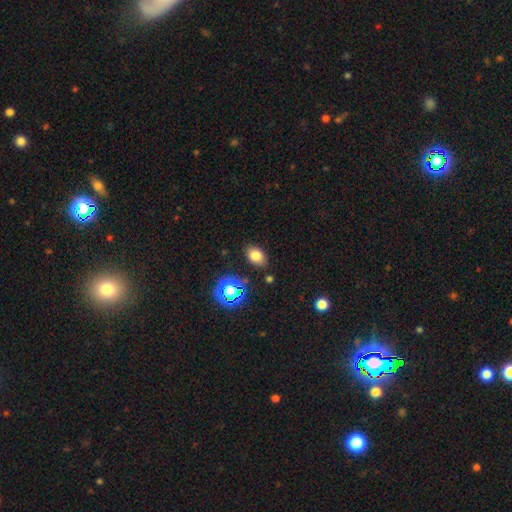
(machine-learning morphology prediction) The model was most divided on "smooth or featured": smooth: 77%, star or artifact: 15%, featured or disk: 8%. More confident: merging — none (84%); how rounded — in between (81%).